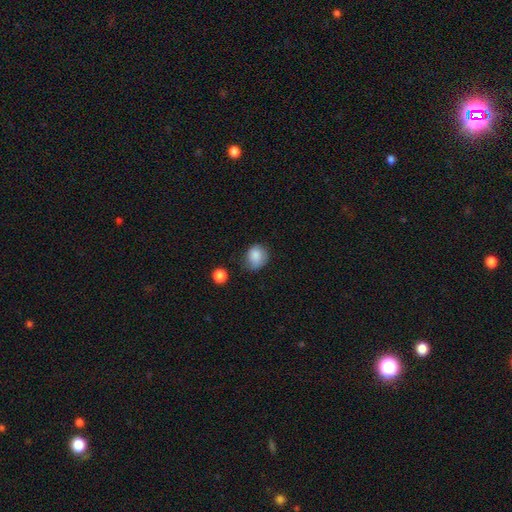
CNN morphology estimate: Overall: smooth (84%). How rounded: round (63%; in between 36%). Merging: none (53%; minor disturbance 34%).